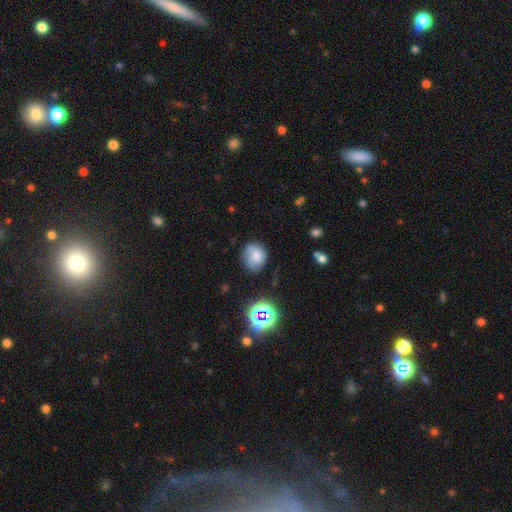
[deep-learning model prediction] Smooth or featured? Predicted: smooth (p=0.71). How rounded? Predicted: round (p=0.61). Merging? Predicted: none (p=0.67).